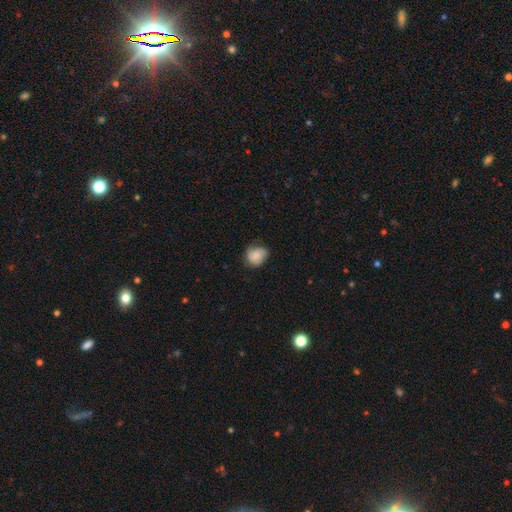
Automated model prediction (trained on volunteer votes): A smooth galaxy with no disk features (79%) that is round (56%).

Vote fractions:
- Smooth or featured? smooth: 79% / featured or disk: 13% / star or artifact: 8%
- How rounded? round: 56% / in between: 43% / cigar-shaped: 1%
- Merging? none: 62% / minor disturbance: 29% / major disturbance: 8% / merger: 1%